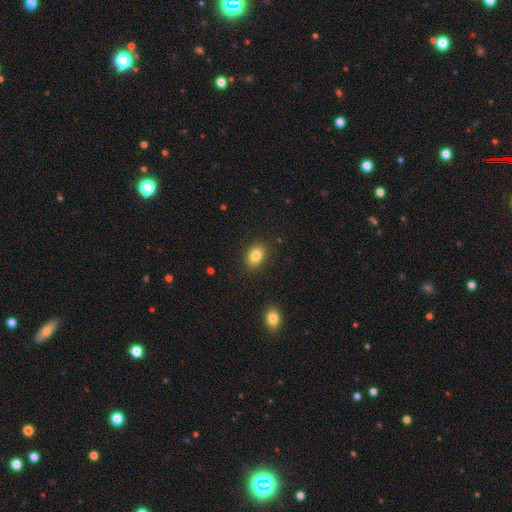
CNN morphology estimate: smooth-or-featured: smooth: 83% | star or artifact: 9% | featured or disk: 7%
  how-rounded: in between: 72% | round: 27% | cigar-shaped: 1%
  merging: none: 87% | minor disturbance: 9% | major disturbance: 2% | merger: 1%